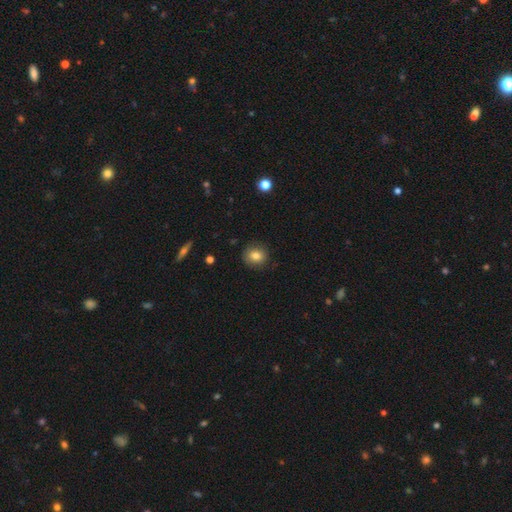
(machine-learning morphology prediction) This appears to be a smooth galaxy with no disk features (82%) that is round (80%). Merging: none (86%).